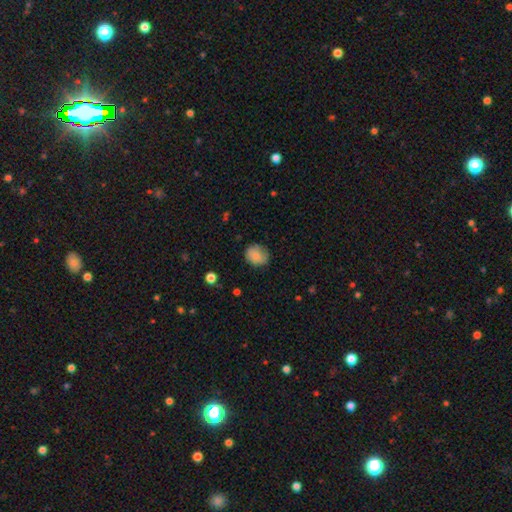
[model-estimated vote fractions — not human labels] A smooth galaxy with no disk features (84%) that is round (75%). Merging: none (76%).